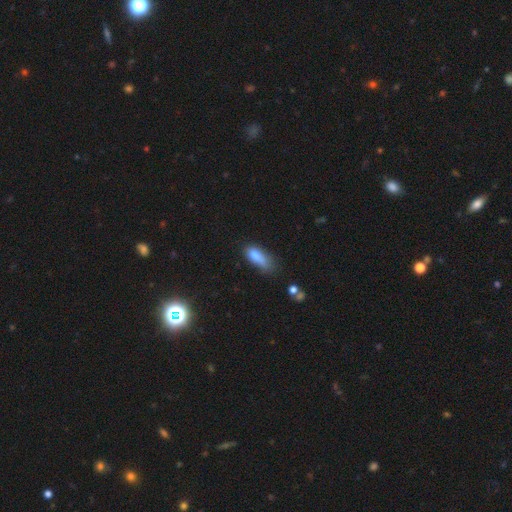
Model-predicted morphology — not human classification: The model was most divided on "merging": minor disturbance: 36%, none: 33%, major disturbance: 20%, merger: 10%. More confident: smooth or featured — smooth (76%); how rounded — in between (72%).